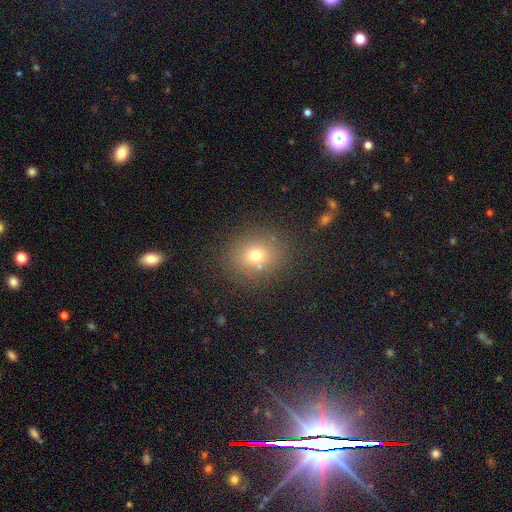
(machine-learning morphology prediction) Q: Smooth or featured?
A: smooth (71%); runner-up: star or artifact (16%)
Q: How rounded?
A: round (64%); runner-up: in between (35%)
Q: Merging?
A: none (82%); runner-up: minor disturbance (10%)